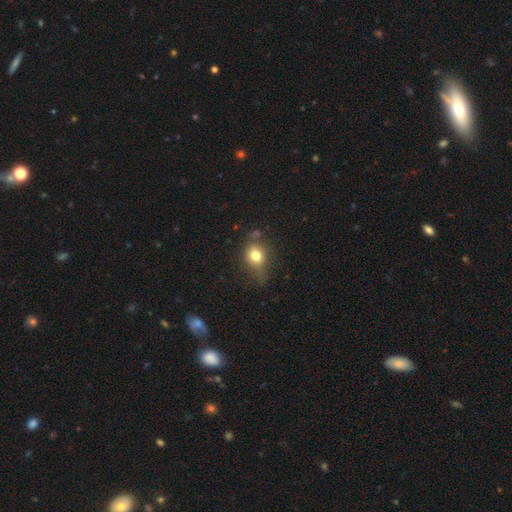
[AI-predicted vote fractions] Q: Smooth or featured?
A: smooth (77%); runner-up: featured or disk (12%)
Q: How rounded?
A: round (53%); runner-up: in between (46%)
Q: Merging?
A: none (49%); runner-up: minor disturbance (31%)